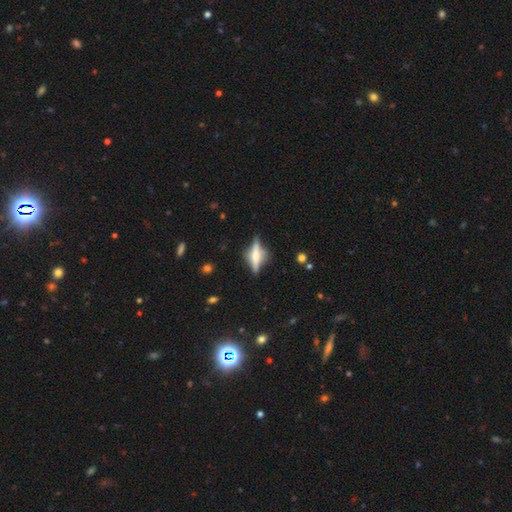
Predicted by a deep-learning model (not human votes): A featured or disk galaxy (64%) viewed edge-on (93%) with a rounded central bulge (70%). Merging: none (75%).